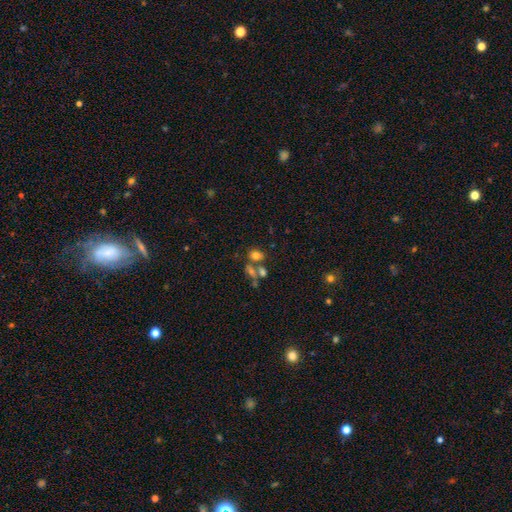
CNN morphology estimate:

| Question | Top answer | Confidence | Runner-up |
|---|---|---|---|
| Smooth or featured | smooth | 71% | star or artifact (16%) |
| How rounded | in between | 74% | round (24%) |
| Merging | none | 46% | merger (36%) |